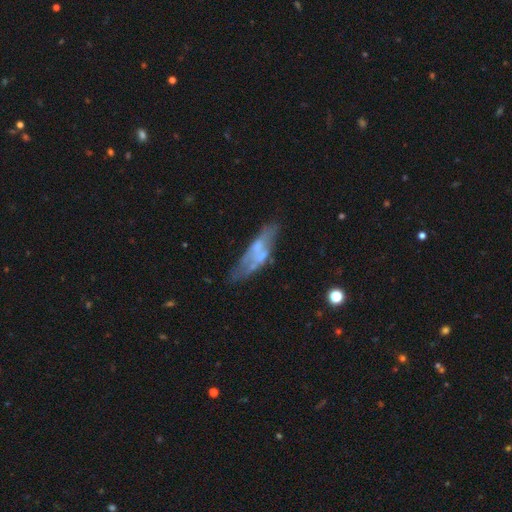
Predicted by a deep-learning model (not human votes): Smooth or featured: featured or disk — 56% (smooth — 31%)
Edge-on disk: no — 64% (yes — 36%)
Merging: none — 53% (minor disturbance — 22%)